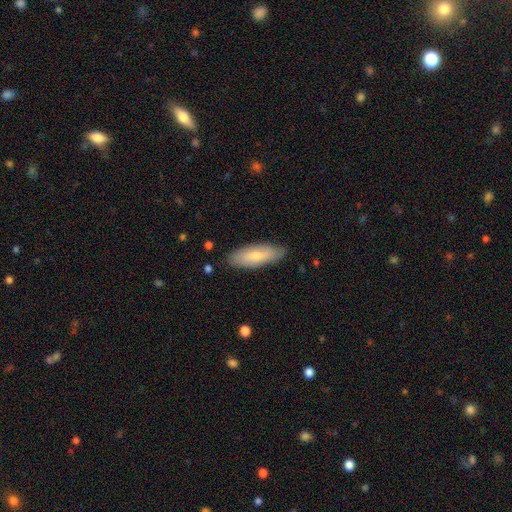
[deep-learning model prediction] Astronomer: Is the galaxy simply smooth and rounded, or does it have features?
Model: smooth — 67%.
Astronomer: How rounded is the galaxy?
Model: in between — 64%.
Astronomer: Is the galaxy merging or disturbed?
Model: none — 83%.